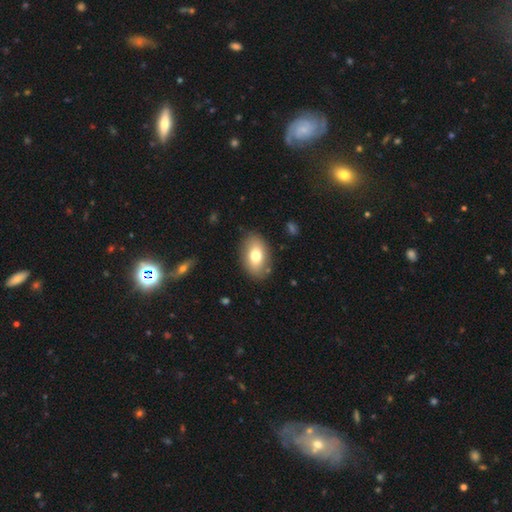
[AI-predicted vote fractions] Smooth or featured?
  - smooth: 73% *
  - featured or disk: 19%
  - star or artifact: 8%
How rounded?
  - in between: 89% *
  - round: 10%
  - cigar-shaped: 2%
Merging?
  - none: 85% *
  - minor disturbance: 11%
  - major disturbance: 3%
  - merger: 2%